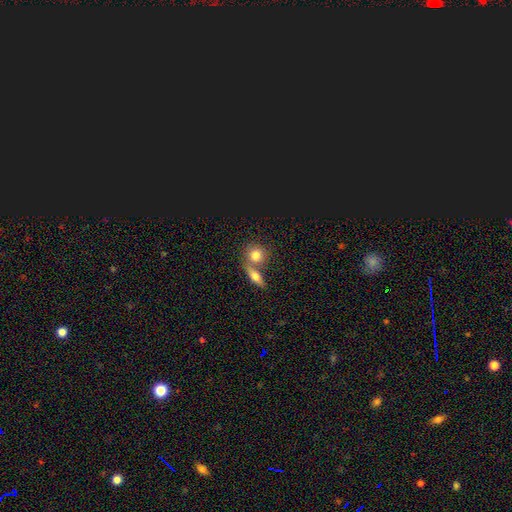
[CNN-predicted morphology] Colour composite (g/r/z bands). It shows a smooth galaxy with no disk features (75%) that is round (72%). Merging: merger (50%).